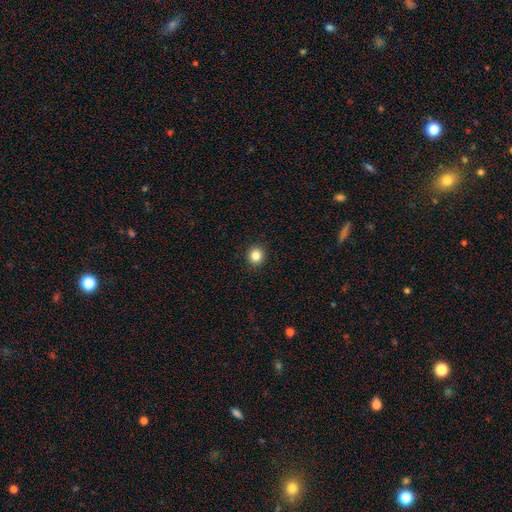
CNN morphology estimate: The model was most divided on "smooth or featured": smooth: 84%, star or artifact: 11%, featured or disk: 5%. More confident: merging — none (93%); how rounded — round (90%).